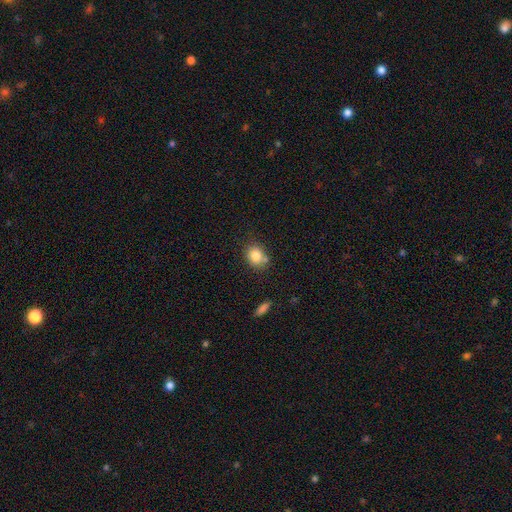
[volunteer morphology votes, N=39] type=smooth (92%); roundness=round (56%); merging=none (73%).